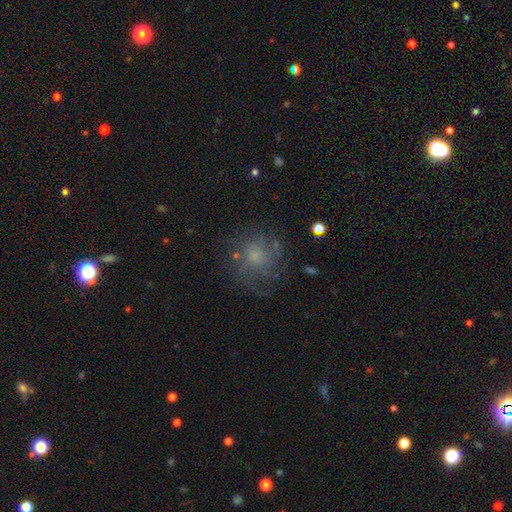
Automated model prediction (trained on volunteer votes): This is marginally a smooth galaxy (45%). Merging: likely none (63%).